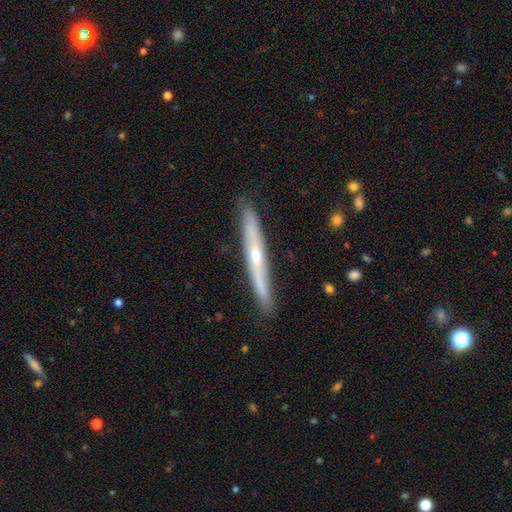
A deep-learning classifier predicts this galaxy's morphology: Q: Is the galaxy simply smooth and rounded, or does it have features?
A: featured or disk — 66%.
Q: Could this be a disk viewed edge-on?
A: yes — 90%.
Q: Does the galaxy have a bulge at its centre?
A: rounded — 74%.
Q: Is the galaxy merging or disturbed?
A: none — 86%.